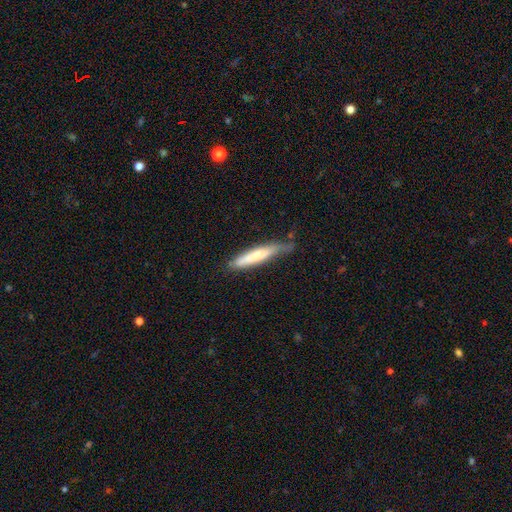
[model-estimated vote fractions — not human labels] Smooth or featured?
  - smooth: 64% *
  - featured or disk: 31%
  - star or artifact: 6%
How rounded?
  - cigar-shaped: 91% *
  - in between: 7%
  - round: 1%
Merging?
  - none: 59% *
  - minor disturbance: 31%
  - major disturbance: 7%
  - merger: 3%